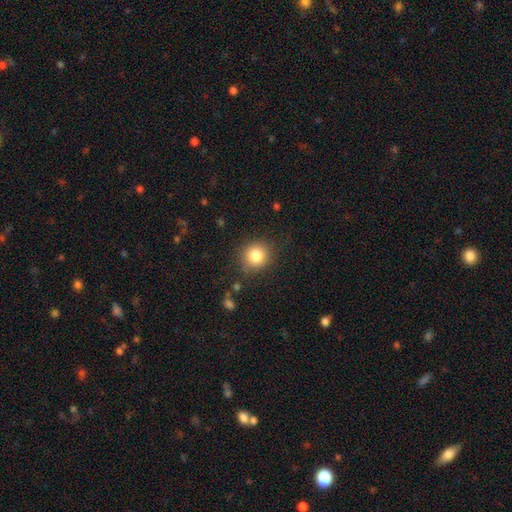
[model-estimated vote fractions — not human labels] Smooth or featured? Predicted: smooth (p=0.82). How rounded? Predicted: round (p=0.88). Merging? Predicted: none (p=0.85).